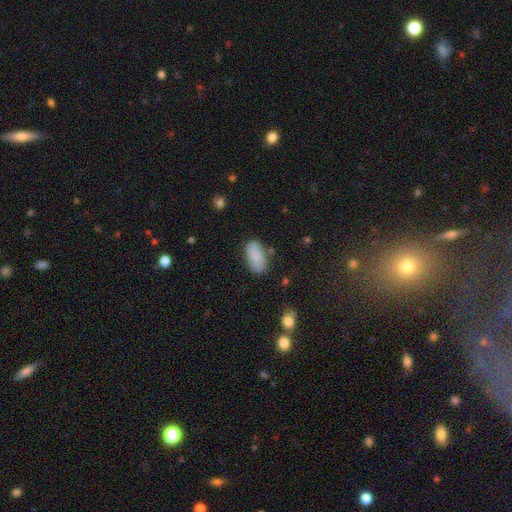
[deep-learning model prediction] Morphology: type=smooth (85%); roundness=in between (93%); merging=none (73%).